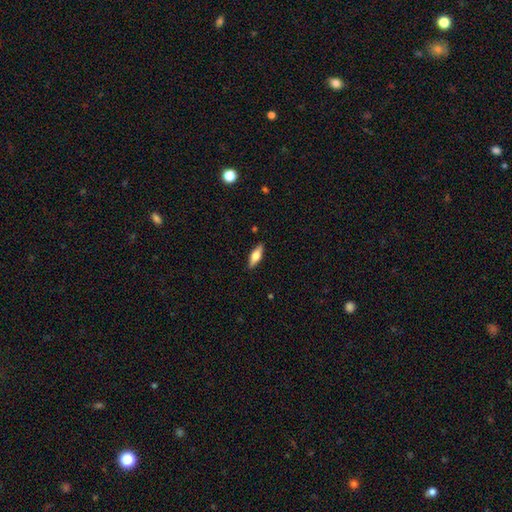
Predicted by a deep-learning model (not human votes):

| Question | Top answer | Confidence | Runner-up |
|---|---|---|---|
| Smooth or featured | smooth | 59% | featured or disk (35%) |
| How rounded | in between | 57% | cigar-shaped (40%) |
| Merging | none | 88% | minor disturbance (9%) |